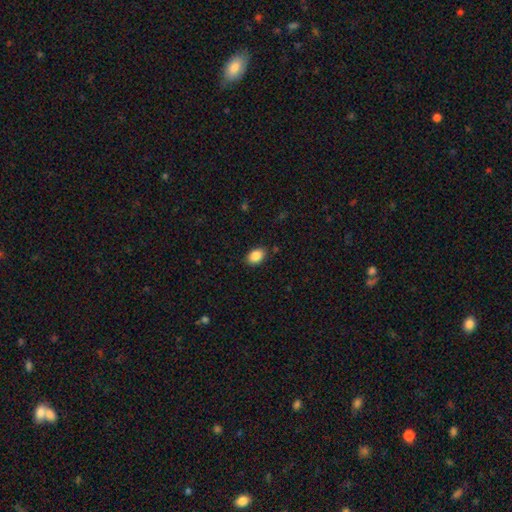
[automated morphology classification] This is clearly a smooth galaxy (87%). How rounded: clearly in between (84%). Merging: clearly none (87%).